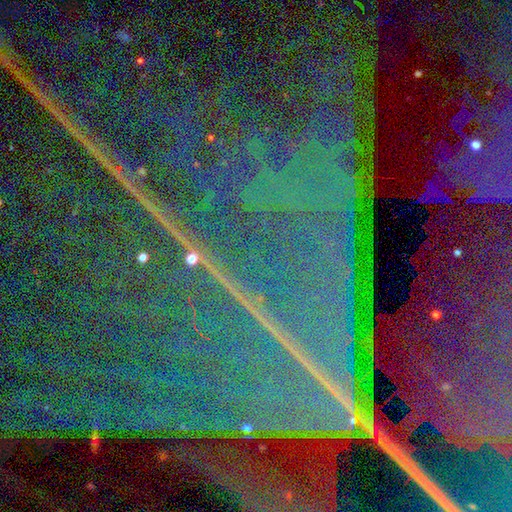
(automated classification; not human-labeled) This appears to be a star or artifact, not a galaxy (90%).